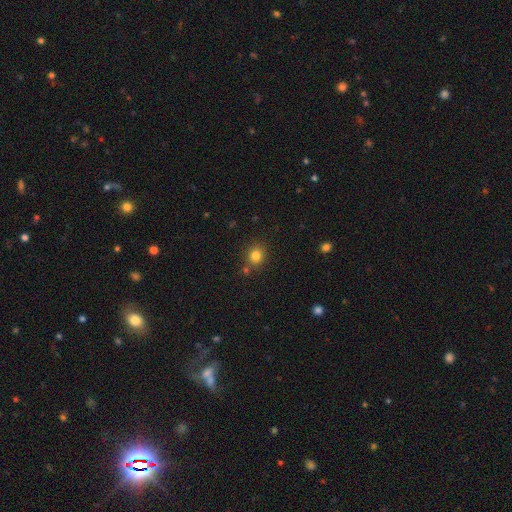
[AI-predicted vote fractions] A smooth galaxy with no disk features (81%) that is round (81%). Merging: none (79%).